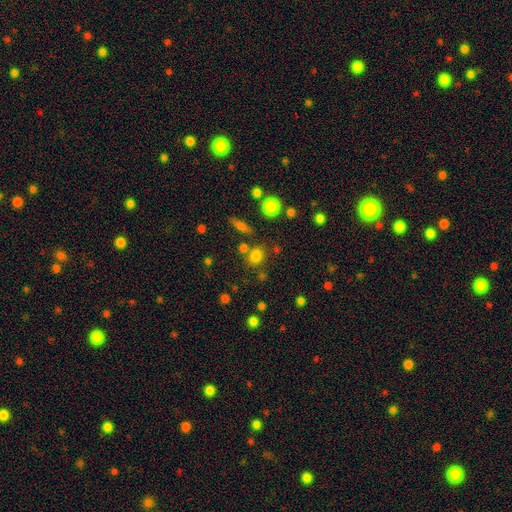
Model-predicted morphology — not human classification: A smooth galaxy with no disk features (77%) that is round (65%).

Vote fractions:
- Smooth or featured? smooth: 77% / star or artifact: 15% / featured or disk: 8%
- How rounded? round: 65% / in between: 33% / cigar-shaped: 2%
- Merging? none: 72% / merger: 13% / minor disturbance: 11% / major disturbance: 5%